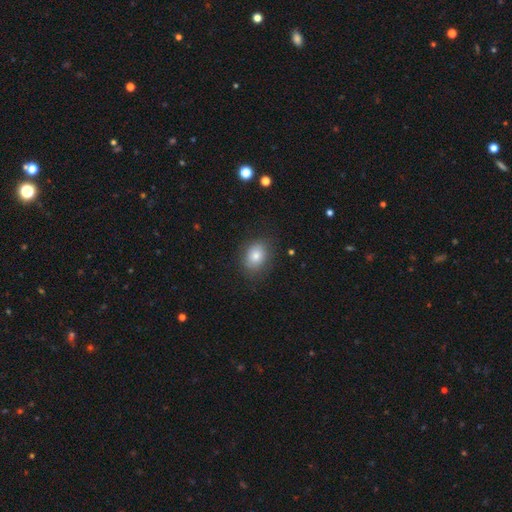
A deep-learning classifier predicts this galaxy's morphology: Smooth or featured?
  - smooth: 76% *
  - featured or disk: 14%
  - star or artifact: 10%
How rounded?
  - in between: 55% *
  - round: 44%
  - cigar-shaped: 1%
Merging?
  - none: 78% *
  - minor disturbance: 15%
  - major disturbance: 5%
  - merger: 1%